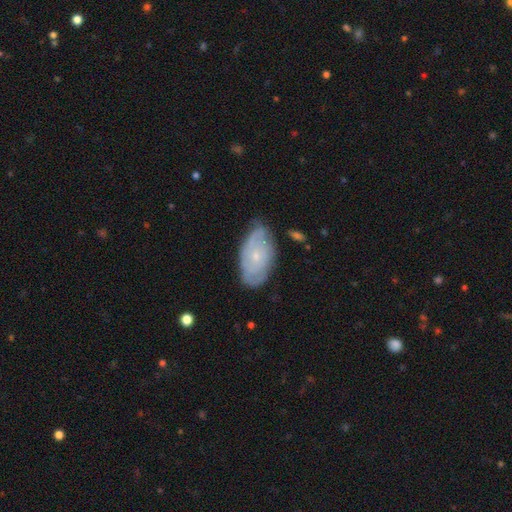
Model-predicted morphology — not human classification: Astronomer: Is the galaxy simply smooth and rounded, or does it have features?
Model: featured or disk — 66%.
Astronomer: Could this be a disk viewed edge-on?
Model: no — 93%.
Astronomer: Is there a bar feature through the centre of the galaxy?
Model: no — 84%.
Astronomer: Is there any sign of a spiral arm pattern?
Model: yes — 78%.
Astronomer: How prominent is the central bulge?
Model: small — 77%.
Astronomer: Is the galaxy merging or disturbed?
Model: none — 71%.